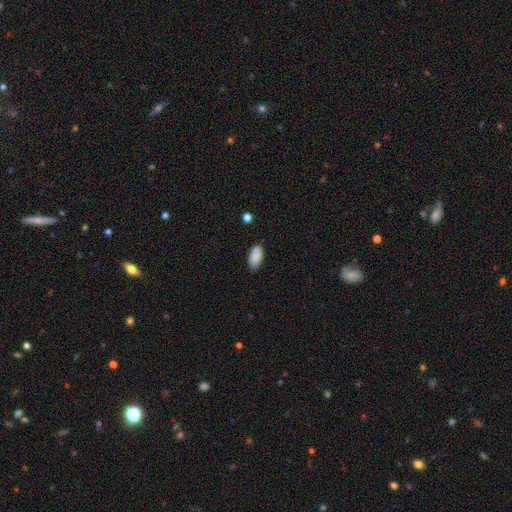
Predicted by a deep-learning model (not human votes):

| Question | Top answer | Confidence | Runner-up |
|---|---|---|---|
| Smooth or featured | smooth | 89% | star or artifact (7%) |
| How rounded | in between | 94% | cigar-shaped (3%) |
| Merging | none | 79% | minor disturbance (17%) |